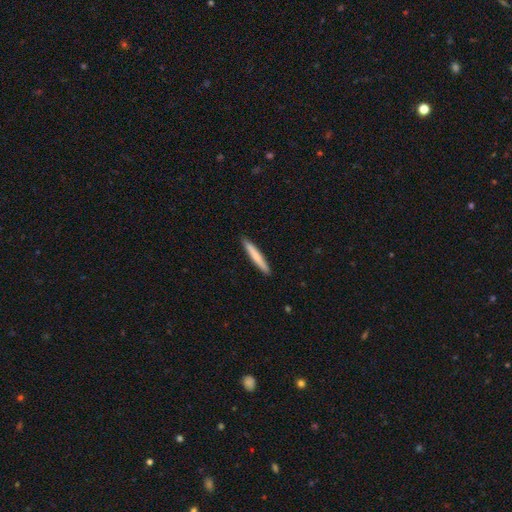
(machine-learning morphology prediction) smooth_or_featured: smooth (p=0.75) [alt: featured or disk p=0.20]
how_rounded: cigar-shaped (p=0.95) [alt: in between p=0.04]
merging: none (p=0.92) [alt: minor disturbance p=0.06]